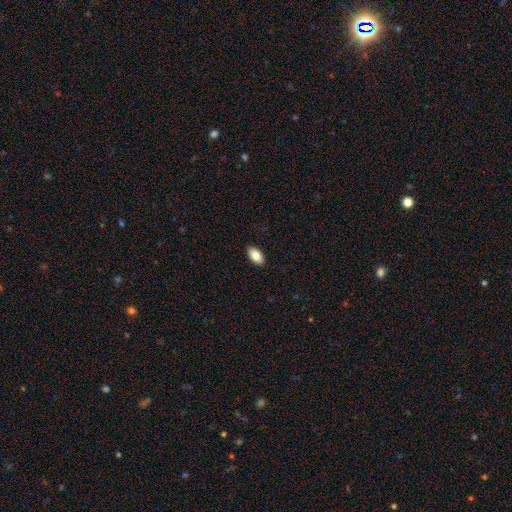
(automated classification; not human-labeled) smooth 85%, featured or disk 8%, star or artifact 7%. Down the decision tree: how rounded — in between (93%); merging — none (89%).